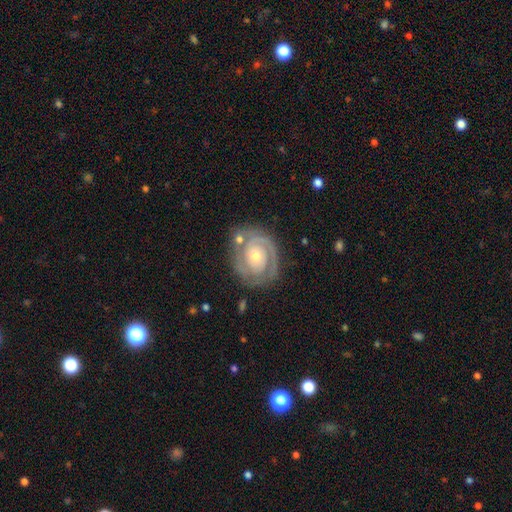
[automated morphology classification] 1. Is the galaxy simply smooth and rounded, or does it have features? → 88% featured or disk, 7% smooth, 5% star or artifact.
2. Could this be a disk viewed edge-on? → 98% no, 2% yes.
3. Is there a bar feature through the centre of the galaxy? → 71% no, 22% weak, 6% strong.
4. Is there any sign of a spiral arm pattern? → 97% yes, 3% no.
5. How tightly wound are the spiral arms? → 77% tight, 20% medium, 4% loose.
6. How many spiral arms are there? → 72% 2, 9% can't tell, 8% 3, 6% 1, 2% 4, 2% more than 4.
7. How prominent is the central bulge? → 52% moderate, 43% small, 3% large, 1% none, 1% dominant.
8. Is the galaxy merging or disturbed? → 78% none, 14% minor disturbance, 5% major disturbance, 3% merger.